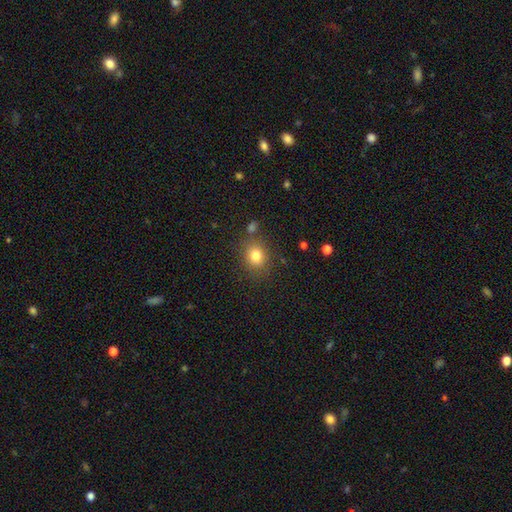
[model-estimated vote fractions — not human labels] This appears to be a smooth galaxy with no disk features (80%) that is round (69%). Merging: none (79%).